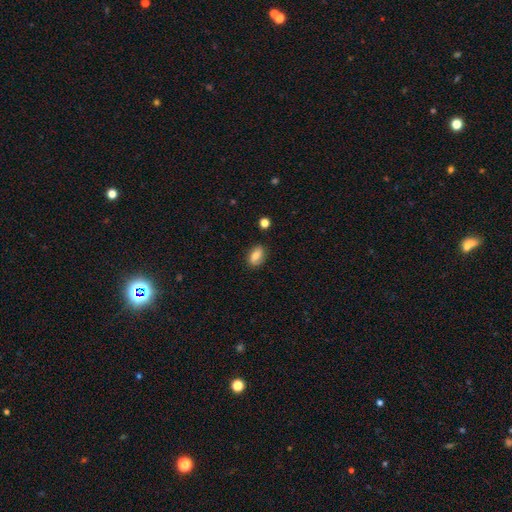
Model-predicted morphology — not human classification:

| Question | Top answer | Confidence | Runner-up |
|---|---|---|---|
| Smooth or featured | smooth | 74% | featured or disk (17%) |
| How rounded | in between | 86% | round (10%) |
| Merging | none | 82% | minor disturbance (13%) |